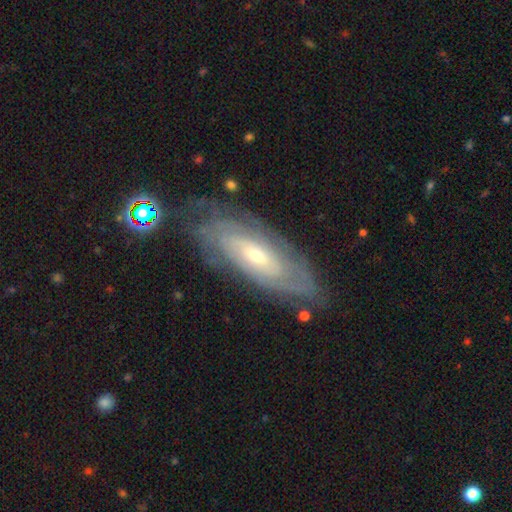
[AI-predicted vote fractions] Smooth or featured? Predicted: featured or disk (p=0.79). Edge-on disk? Predicted: no (p=0.86). Bar? Predicted: no (p=0.62). Spiral arms? Predicted: yes (p=0.89). Spiral winding? Predicted: tight (p=0.76). Spiral arm count? Predicted: can't tell (p=0.59). Bulge size? Predicted: small (p=0.57). Merging? Predicted: none (p=0.77).